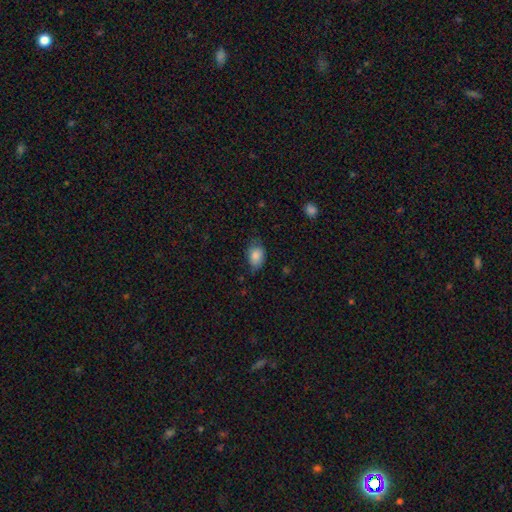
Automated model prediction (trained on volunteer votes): Smooth or featured? Predicted: smooth (p=0.84). How rounded? Predicted: in between (p=0.82). Merging? Predicted: none (p=0.59).